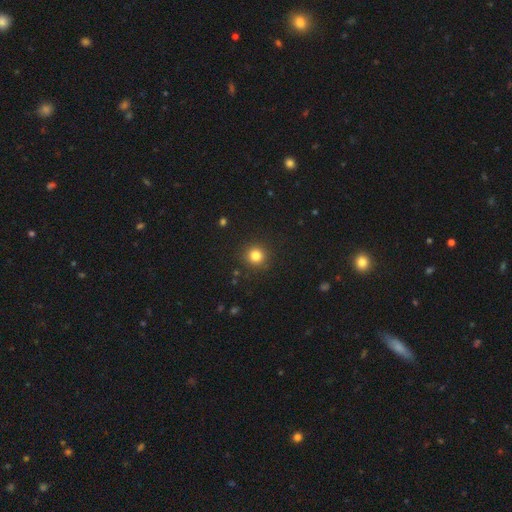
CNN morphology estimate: smooth 82%, star or artifact 13%, featured or disk 5%. Down the decision tree: how rounded — round (94%); merging — none (91%).